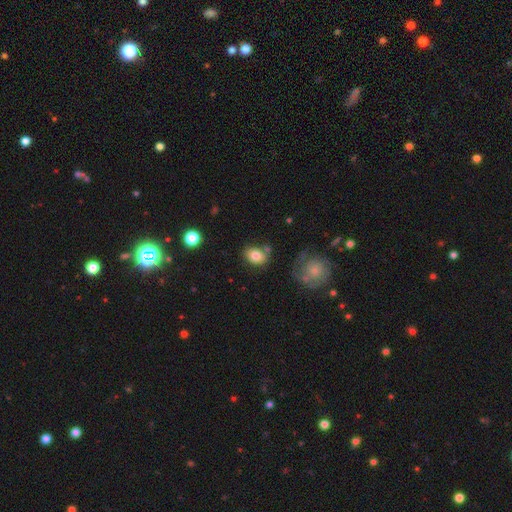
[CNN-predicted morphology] This is likely a smooth galaxy (80%). How rounded: likely in between (61%). Merging: likely none (71%).